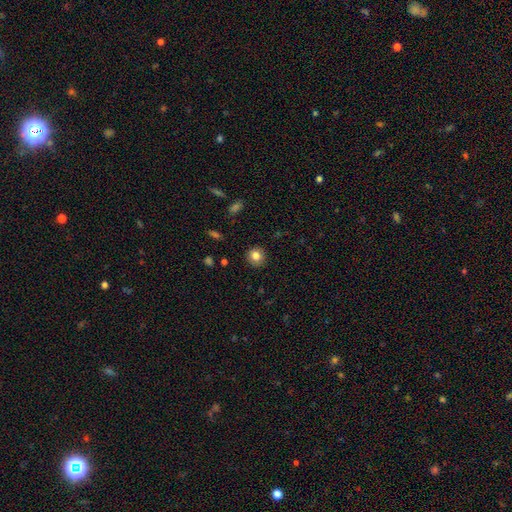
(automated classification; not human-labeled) This appears to be a smooth galaxy with no disk features (82%) that is round (90%). Merging: none (91%).